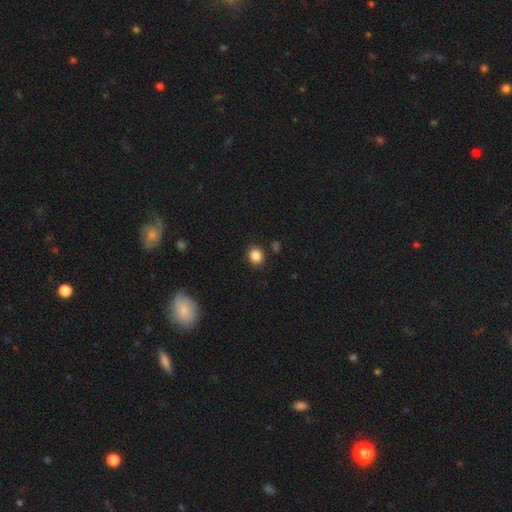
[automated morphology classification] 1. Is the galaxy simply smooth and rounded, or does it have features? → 86% smooth, 10% star or artifact, 4% featured or disk.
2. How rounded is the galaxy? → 72% round, 27% in between, 1% cigar-shaped.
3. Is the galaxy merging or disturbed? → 87% none, 8% minor disturbance, 2% merger, 2% major disturbance.